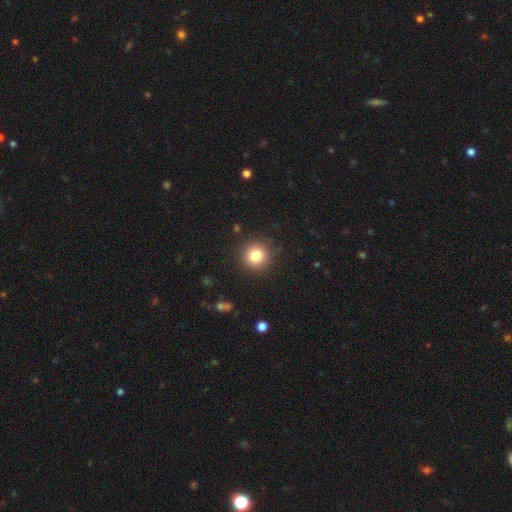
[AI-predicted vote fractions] Smooth or featured?
  - smooth: 82% *
  - star or artifact: 11%
  - featured or disk: 7%
How rounded?
  - round: 94% *
  - in between: 5%
  - cigar-shaped: 1%
Merging?
  - none: 90% *
  - minor disturbance: 7%
  - major disturbance: 2%
  - merger: 1%